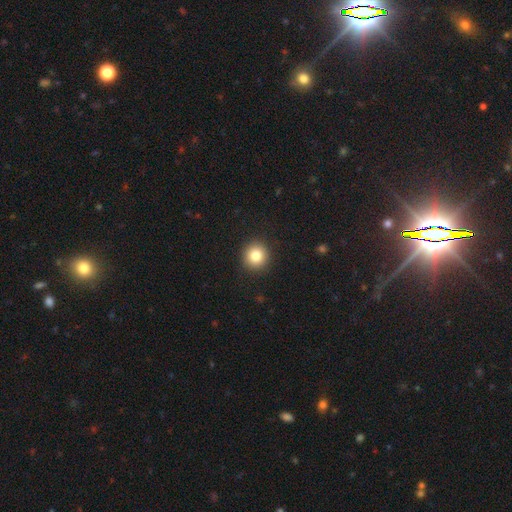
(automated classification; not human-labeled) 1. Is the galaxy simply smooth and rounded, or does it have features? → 82% smooth, 11% star or artifact, 7% featured or disk.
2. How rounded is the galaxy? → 94% round, 5% in between, 1% cigar-shaped.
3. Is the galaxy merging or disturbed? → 92% none, 5% minor disturbance, 2% major disturbance, 1% merger.